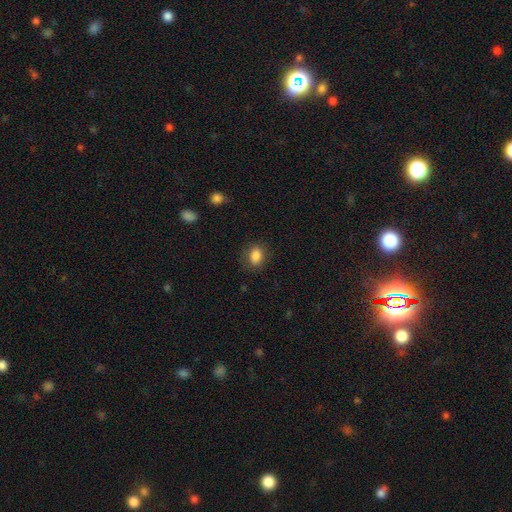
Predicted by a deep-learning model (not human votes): This appears to be a smooth galaxy with no disk features (86%) that is in between round and cigar-shaped (71%). Merging: none (83%).